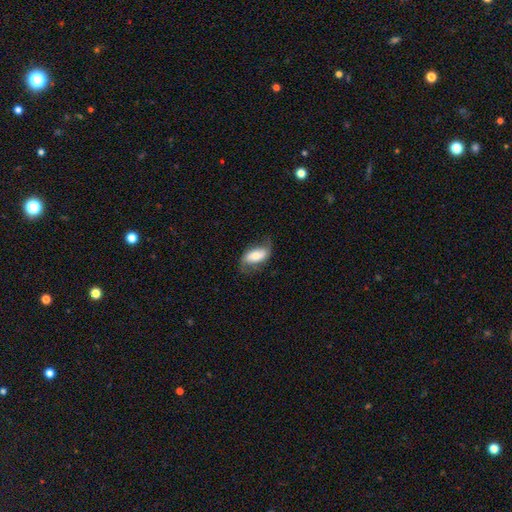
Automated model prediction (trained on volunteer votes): A smooth galaxy with no disk features (47%). Merging: none (63%).